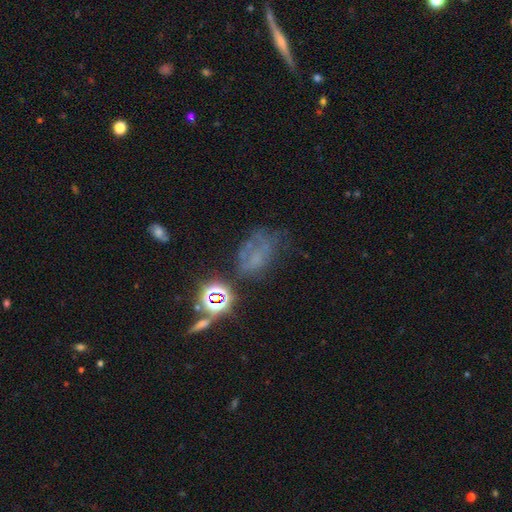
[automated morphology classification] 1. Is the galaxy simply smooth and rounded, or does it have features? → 42% star or artifact, 29% smooth, 28% featured or disk.